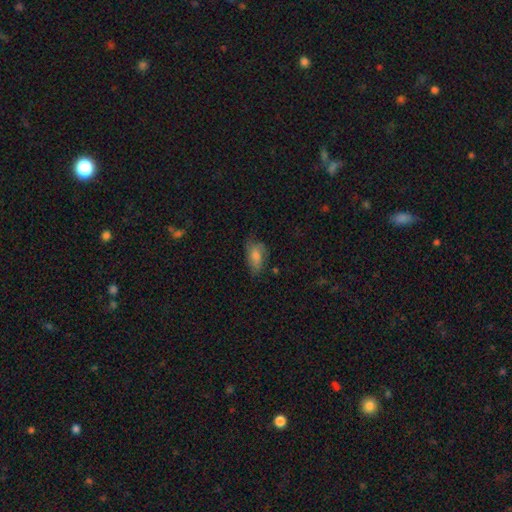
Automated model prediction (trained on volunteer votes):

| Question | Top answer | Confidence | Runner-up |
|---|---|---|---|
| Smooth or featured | smooth | 65% | featured or disk (23%) |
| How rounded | in between | 86% | cigar-shaped (8%) |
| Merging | none | 58% | minor disturbance (28%) |